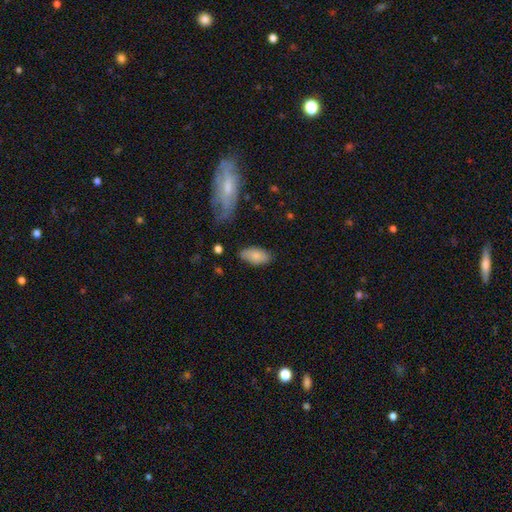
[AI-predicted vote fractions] Smooth or featured: smooth — 82% (featured or disk — 11%)
How rounded: in between — 93% (cigar-shaped — 5%)
Merging: none — 77% (minor disturbance — 17%)